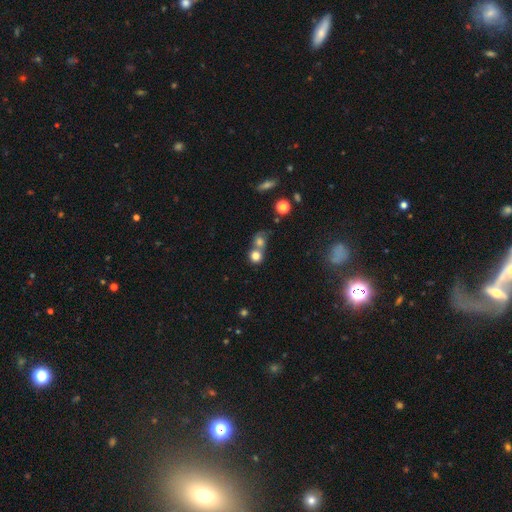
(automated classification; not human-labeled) Smooth or featured?
  - smooth: 78% *
  - star or artifact: 13%
  - featured or disk: 10%
How rounded?
  - round: 84% *
  - in between: 15%
  - cigar-shaped: 1%
Merging?
  - merger: 50% *
  - none: 39%
  - minor disturbance: 7%
  - major disturbance: 4%